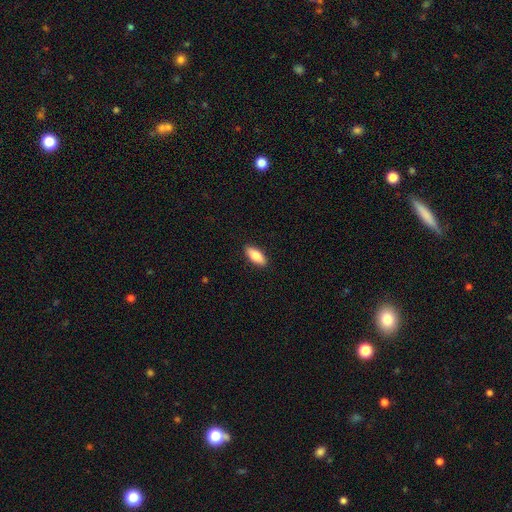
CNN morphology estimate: A smooth galaxy with no disk features (81%) that is in between round and cigar-shaped (79%).

Vote fractions:
- Smooth or featured? smooth: 81% / featured or disk: 13% / star or artifact: 6%
- How rounded? in between: 79% / cigar-shaped: 19% / round: 2%
- Merging? none: 90% / minor disturbance: 8% / major disturbance: 2% / merger: 1%